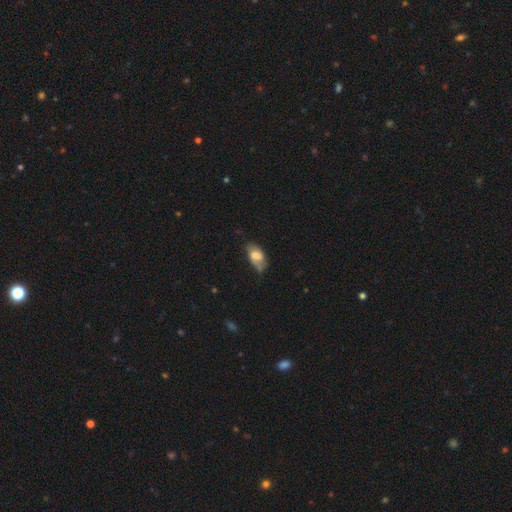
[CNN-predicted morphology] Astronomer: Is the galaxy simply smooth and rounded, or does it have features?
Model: smooth — 61%.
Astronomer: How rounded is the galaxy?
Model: in between — 91%.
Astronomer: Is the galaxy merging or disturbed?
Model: none — 45% (runner-up: minor disturbance, 36%).